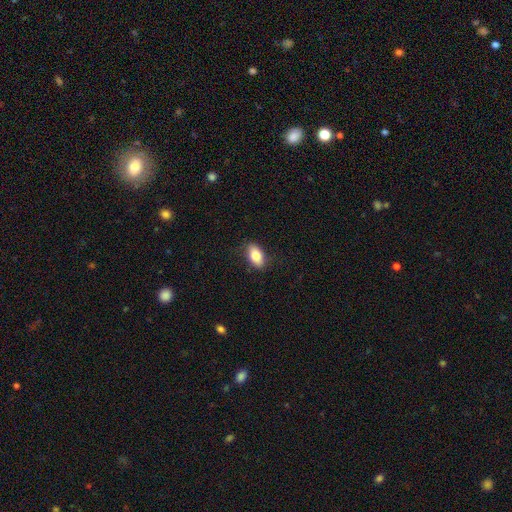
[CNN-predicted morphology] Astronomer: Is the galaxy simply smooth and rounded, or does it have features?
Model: smooth — 83%.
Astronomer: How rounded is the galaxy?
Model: in between — 89%.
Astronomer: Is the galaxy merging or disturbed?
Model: none — 83%.